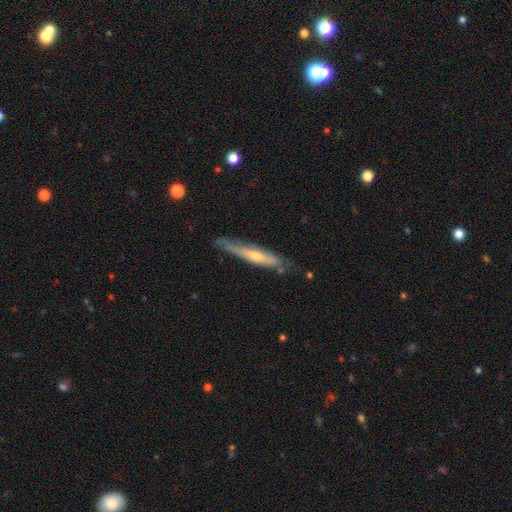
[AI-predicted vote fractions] A featured or disk galaxy (65%) viewed edge-on (87%) with a rounded central bulge (70%).

Vote fractions:
- Smooth or featured? featured or disk: 65% / smooth: 28% / star or artifact: 7%
- Edge-on disk? yes: 87% / no: 13%
- Edge-on bulge? rounded: 70% / none: 26% / boxy: 4%
- Merging? none: 80% / minor disturbance: 16% / major disturbance: 3% / merger: 1%